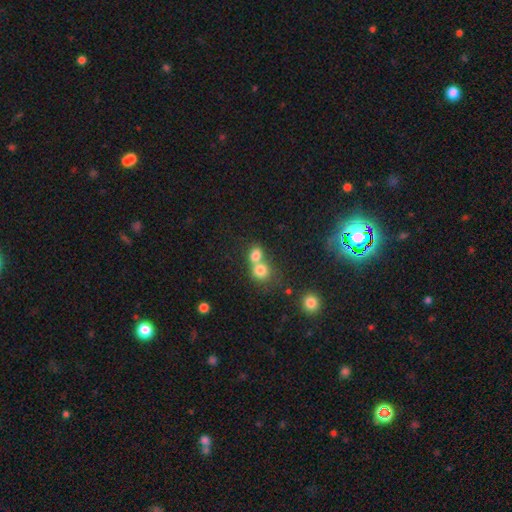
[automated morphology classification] smooth-or-featured: smooth: 77% | star or artifact: 12% | featured or disk: 11%
  how-rounded: round: 67% | in between: 32% | cigar-shaped: 1%
  merging: merger: 61% | none: 30% | minor disturbance: 6% | major disturbance: 3%